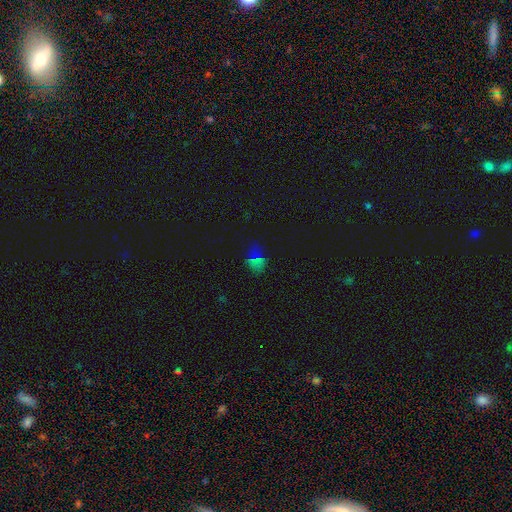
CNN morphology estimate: star or artifact 47%, smooth 43%, featured or disk 10%.